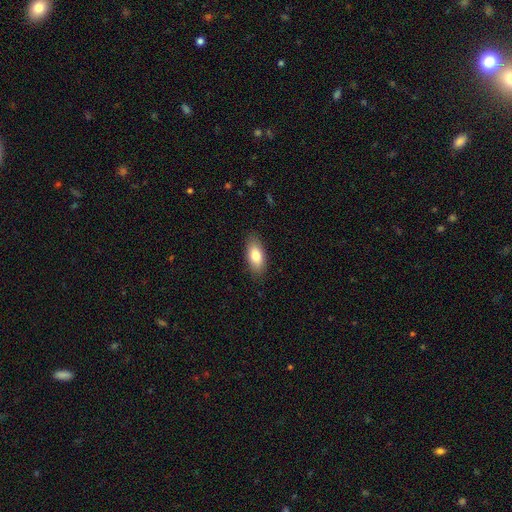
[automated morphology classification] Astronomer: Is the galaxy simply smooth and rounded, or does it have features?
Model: smooth — 80%.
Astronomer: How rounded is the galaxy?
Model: in between — 88%.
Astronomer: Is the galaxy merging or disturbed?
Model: none — 86%.